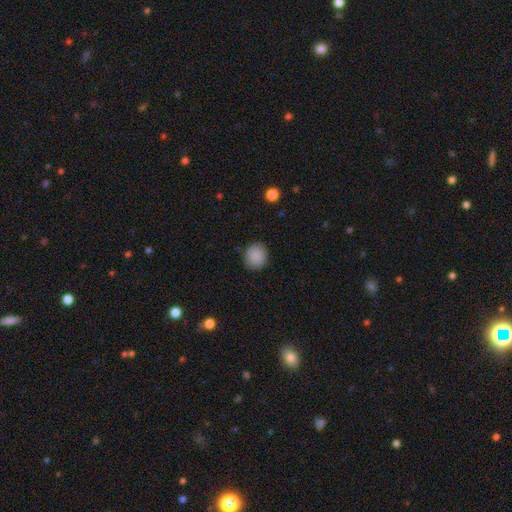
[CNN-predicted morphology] smooth_or_featured: smooth (p=0.88) [alt: star or artifact p=0.08]
how_rounded: round (p=0.81) [alt: in between p=0.18]
merging: none (p=0.87) [alt: minor disturbance p=0.09]